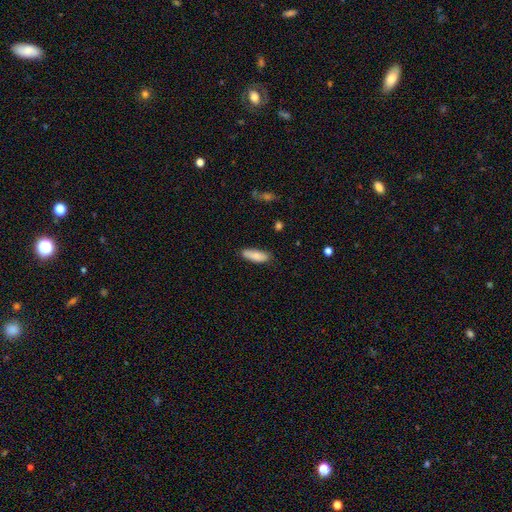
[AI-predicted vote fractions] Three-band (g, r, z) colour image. It shows a smooth galaxy with no disk features (84%) that is in between round and cigar-shaped (67%). Merging: none (79%).